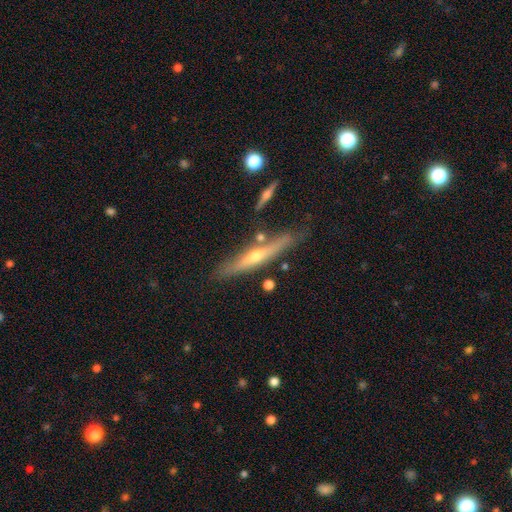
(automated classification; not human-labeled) This appears to be a featured or disk galaxy (64%) viewed edge-on (93%) with a rounded central bulge (84%). Merging: none (76%).